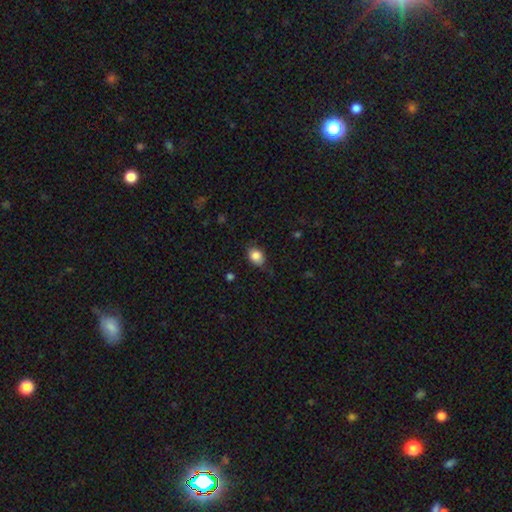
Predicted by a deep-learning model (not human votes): Overall: smooth (85%). How rounded: in between (61%; round 38%). Merging: none (71%).